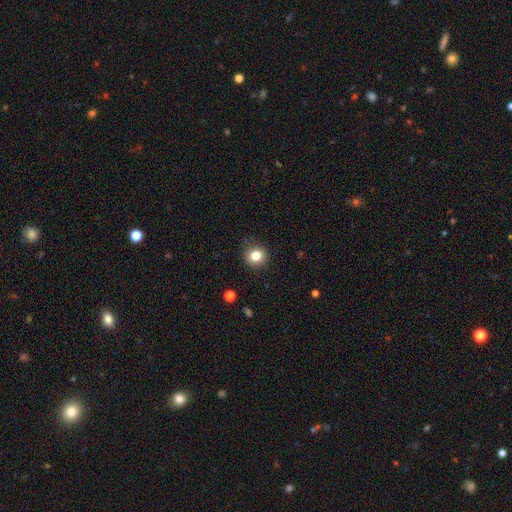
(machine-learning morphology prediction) Smooth or featured? smooth (81%)
How rounded? round (90%)
Merging? none (88%)